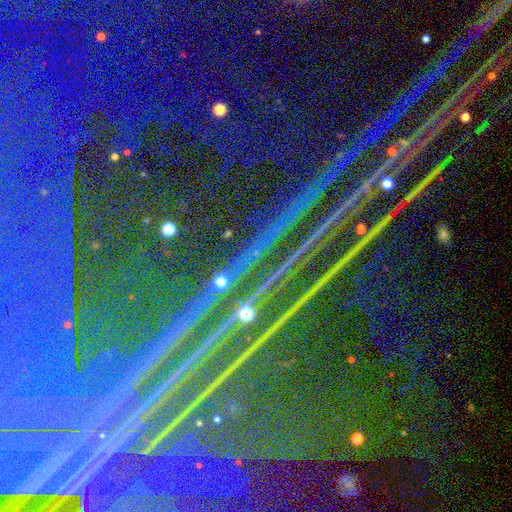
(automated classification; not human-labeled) smooth-or-featured: star or artifact: 90% | featured or disk: 6% | smooth: 4%